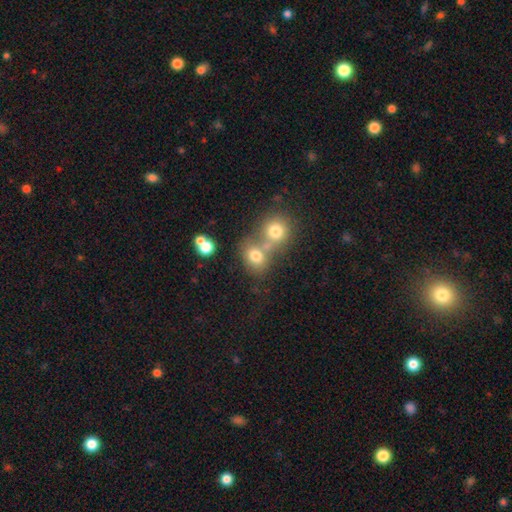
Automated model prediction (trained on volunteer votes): A smooth galaxy with no disk features (74%) that is round (64%).

Vote fractions:
- Smooth or featured? smooth: 74% / star or artifact: 14% / featured or disk: 11%
- How rounded? round: 64% / in between: 34% / cigar-shaped: 1%
- Merging? merger: 45% / none: 42% / minor disturbance: 8% / major disturbance: 4%